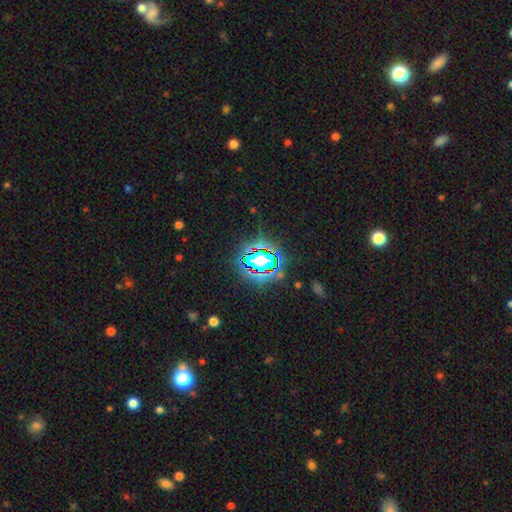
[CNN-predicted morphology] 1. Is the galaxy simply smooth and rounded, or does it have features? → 71% star or artifact, 17% smooth, 12% featured or disk.